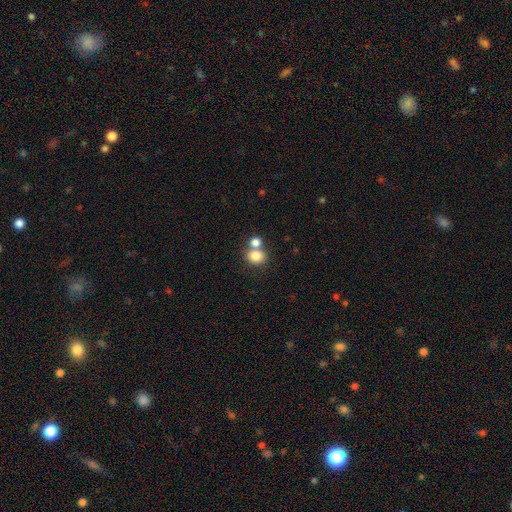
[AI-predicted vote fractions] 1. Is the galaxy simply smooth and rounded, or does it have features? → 81% smooth, 11% star or artifact, 8% featured or disk.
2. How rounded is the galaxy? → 70% round, 29% in between, 1% cigar-shaped.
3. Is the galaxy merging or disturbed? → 50% none, 39% merger, 8% minor disturbance, 3% major disturbance.